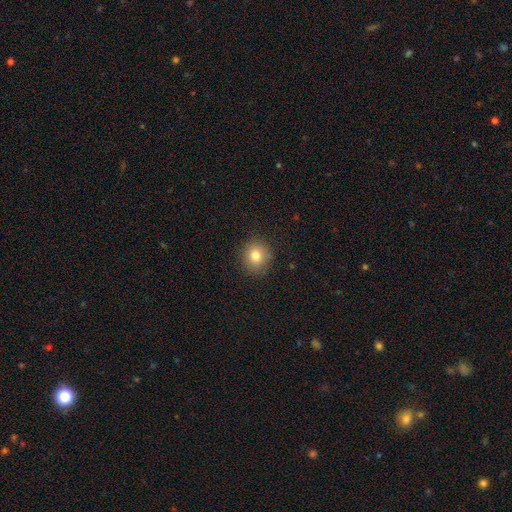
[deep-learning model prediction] smooth_or_featured: smooth (p=0.80) [alt: star or artifact p=0.12]
how_rounded: round (p=0.88) [alt: in between p=0.12]
merging: none (p=0.89) [alt: minor disturbance p=0.08]